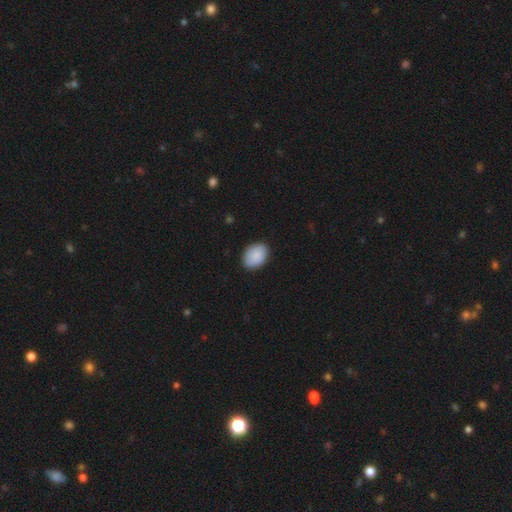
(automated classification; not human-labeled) Q: Smooth or featured?
A: smooth (89%); runner-up: star or artifact (6%)
Q: How rounded?
A: in between (74%); runner-up: round (25%)
Q: Merging?
A: none (87%); runner-up: minor disturbance (10%)